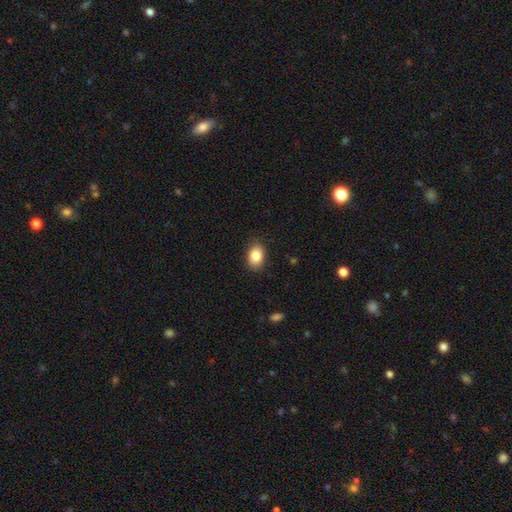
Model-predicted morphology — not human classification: Smooth or featured? Predicted: smooth (p=0.86). How rounded? Predicted: in between (p=0.78). Merging? Predicted: none (p=0.86).